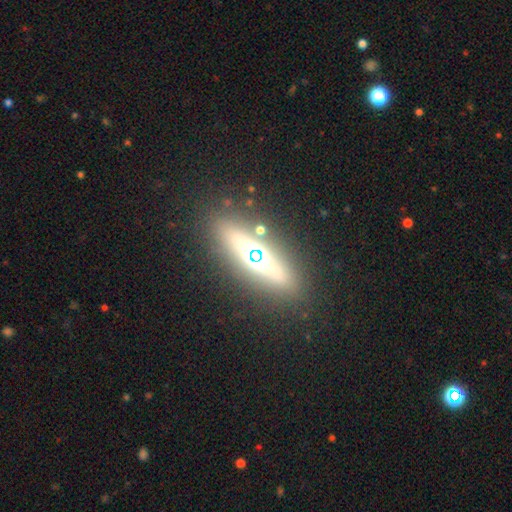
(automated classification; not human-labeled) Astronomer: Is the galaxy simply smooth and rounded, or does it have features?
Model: featured or disk — 47% (runner-up: smooth, 33%).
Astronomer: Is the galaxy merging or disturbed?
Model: none — 86%.